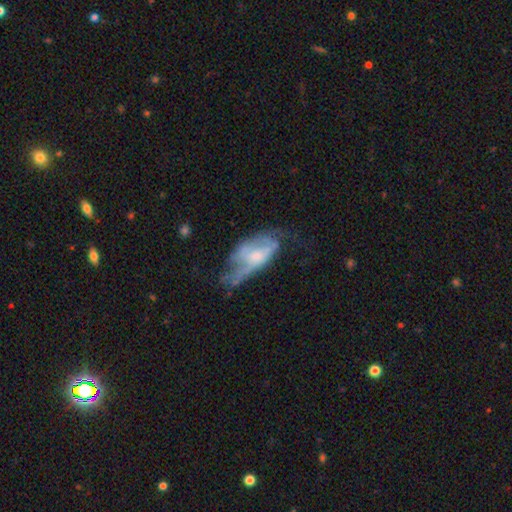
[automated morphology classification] A featured or disk galaxy (63%) with no bar (69%), spiral arms (59%) and a moderate central bulge (41%).

Vote fractions:
- Smooth or featured? featured or disk: 63% / smooth: 30% / star or artifact: 7%
- Edge-on disk? no: 89% / yes: 11%
- Bar? no: 69% / weak: 25% / strong: 6%
- Spiral arms? yes: 59% / no: 41%
- Bulge size? moderate: 41% / small: 40% / none: 10% / large: 7% / dominant: 2%
- Merging? major disturbance: 38% / none: 30% / minor disturbance: 27% / merger: 5%